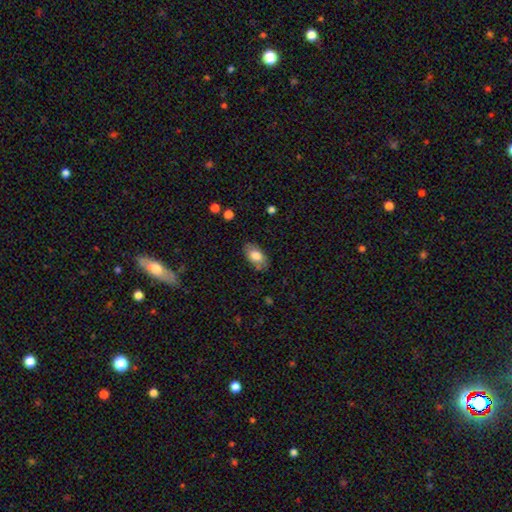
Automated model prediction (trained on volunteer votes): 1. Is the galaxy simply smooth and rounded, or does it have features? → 78% smooth, 15% featured or disk, 7% star or artifact.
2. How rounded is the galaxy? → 93% in between, 6% round, 2% cigar-shaped.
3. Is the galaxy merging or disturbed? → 80% none, 15% minor disturbance, 3% major disturbance, 2% merger.